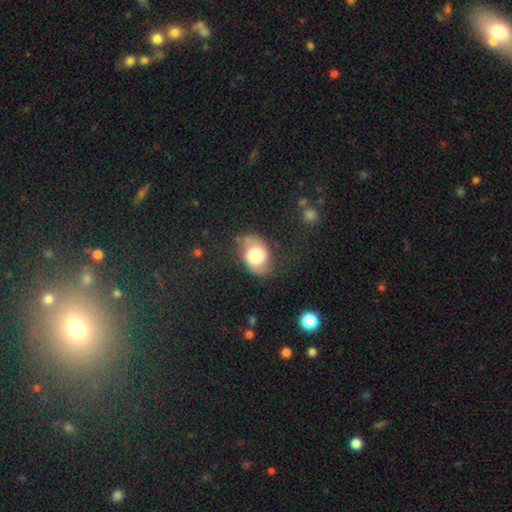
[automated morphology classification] type=featured or disk (47%); merging=none (65%).